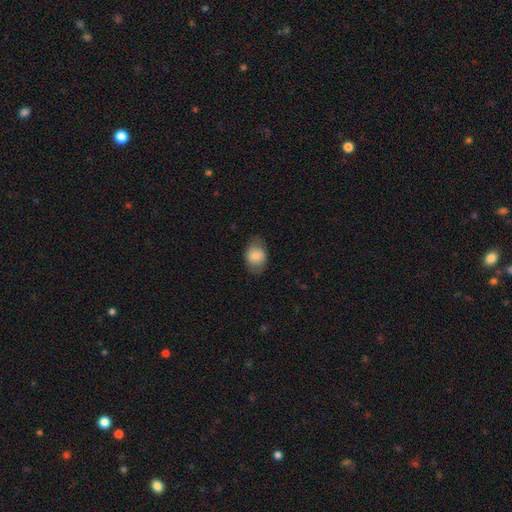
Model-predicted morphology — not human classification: A smooth galaxy with no disk features (81%) that is in between round and cigar-shaped (68%).

Vote fractions:
- Smooth or featured? smooth: 81% / featured or disk: 12% / star or artifact: 7%
- How rounded? in between: 68% / round: 31% / cigar-shaped: 1%
- Merging? none: 76% / minor disturbance: 17% / major disturbance: 6% / merger: 1%